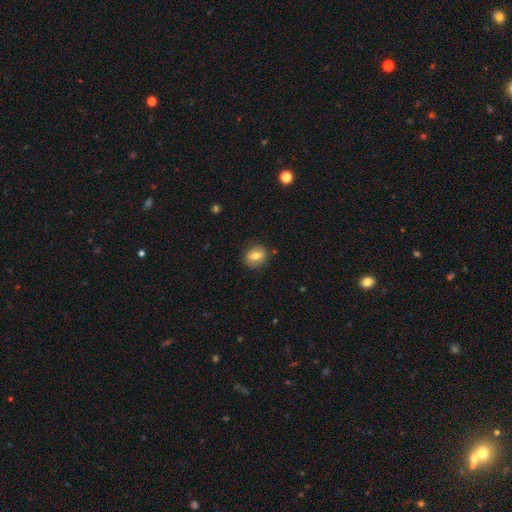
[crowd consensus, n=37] Volunteers were most divided on "how rounded": round: 52%, in between: 48%, cigar-shaped: 0%. More confident: merging — none (74%); smooth or featured — smooth (62%).